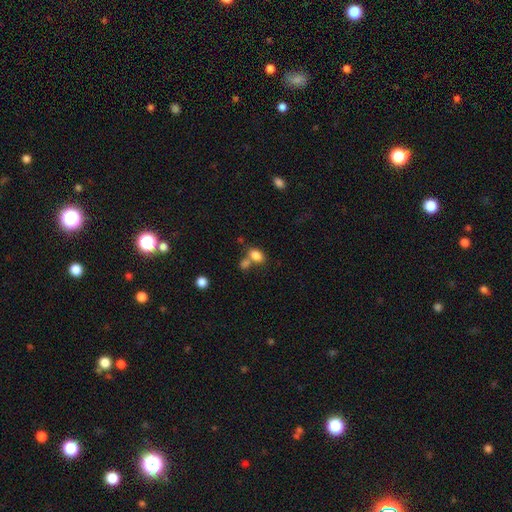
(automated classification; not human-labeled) Smooth or featured? Predicted: smooth (p=0.82). How rounded? Predicted: in between (p=0.81). Merging? Predicted: none (p=0.44).